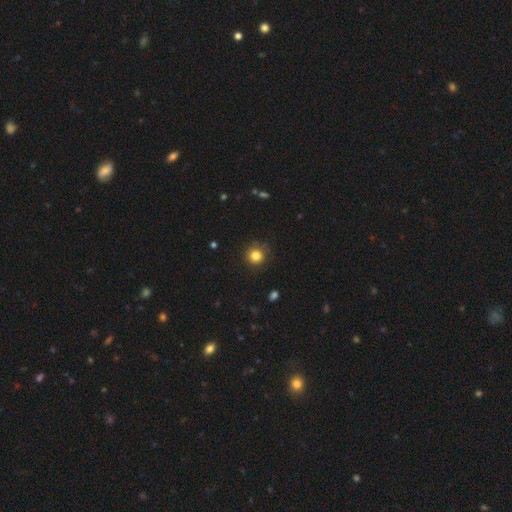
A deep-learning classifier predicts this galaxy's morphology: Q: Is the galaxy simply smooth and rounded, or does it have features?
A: smooth — 82%.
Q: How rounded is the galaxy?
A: round — 93%.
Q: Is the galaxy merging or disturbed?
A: none — 84%.